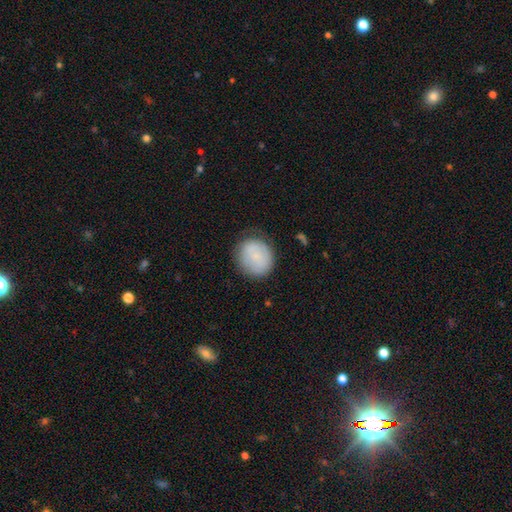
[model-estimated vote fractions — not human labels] Q: Smooth or featured?
A: smooth (80%); runner-up: featured or disk (13%)
Q: How rounded?
A: round (80%); runner-up: in between (19%)
Q: Merging?
A: none (75%); runner-up: minor disturbance (18%)